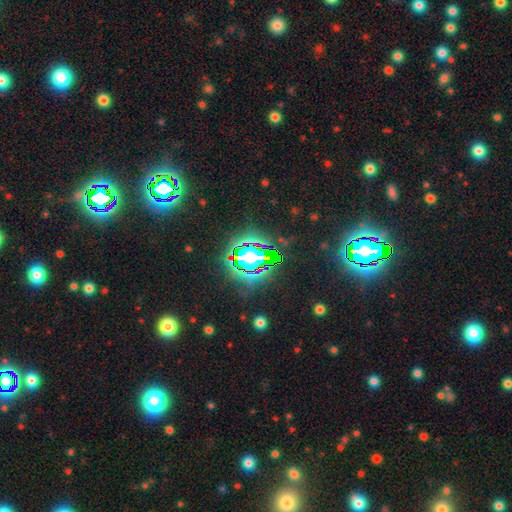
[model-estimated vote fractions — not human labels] This appears to be a star or artifact, not a galaxy (84%).